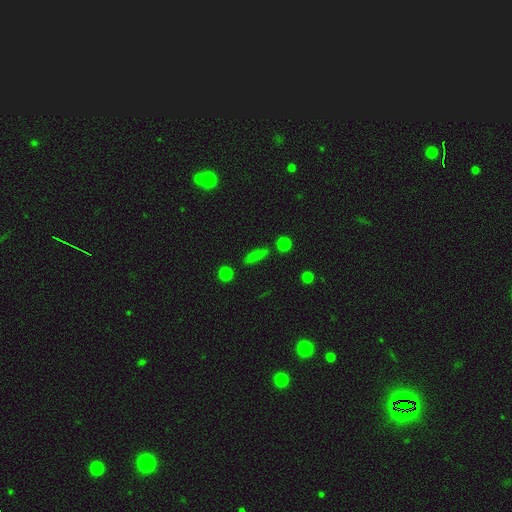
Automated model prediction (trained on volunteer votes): This appears to be a smooth galaxy with no disk features (75%) that is cigar-shaped (67%). Merging: none (82%).